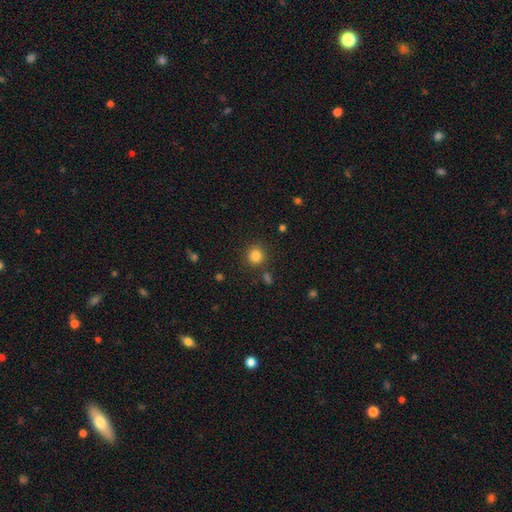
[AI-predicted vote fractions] This is clearly a smooth galaxy (84%). How rounded: clearly round (91%). Merging: clearly none (84%).